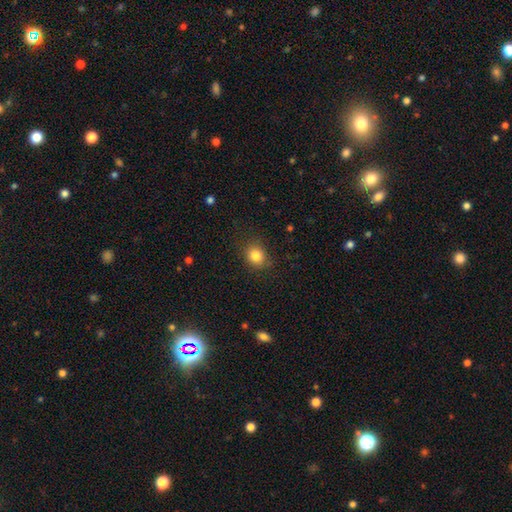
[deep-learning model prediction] Overall: smooth (84%). How rounded: round (74%). Merging: none (84%).